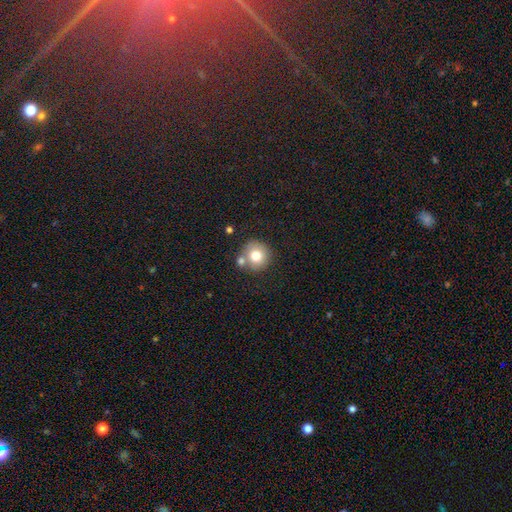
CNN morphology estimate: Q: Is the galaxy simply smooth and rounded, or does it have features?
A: smooth — 76%.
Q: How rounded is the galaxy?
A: round — 92%.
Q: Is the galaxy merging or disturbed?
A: none — 64%.